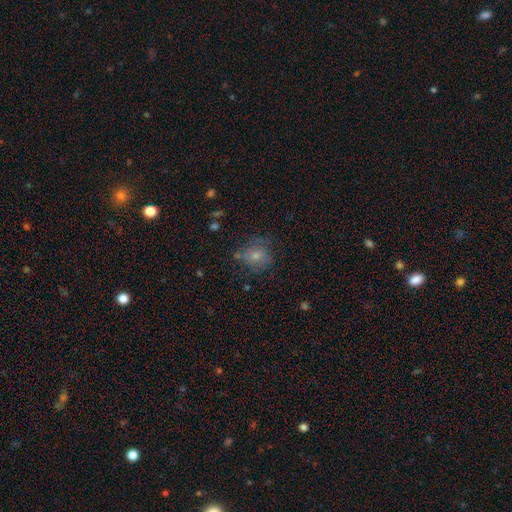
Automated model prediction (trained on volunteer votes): The model was most divided on "smooth or featured": smooth: 50%, featured or disk: 29%, star or artifact: 21%. More confident: how rounded — round (72%); merging — none (64%).